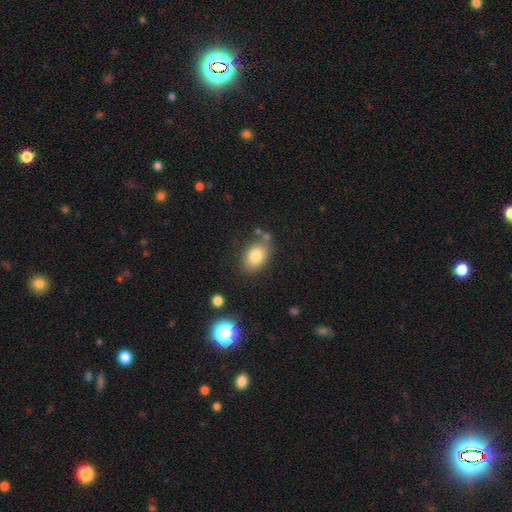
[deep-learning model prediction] The model was most divided on "merging": none: 71%, minor disturbance: 17%, merger: 8%, major disturbance: 5%. More confident: smooth or featured — smooth (81%); how rounded — in between (80%).